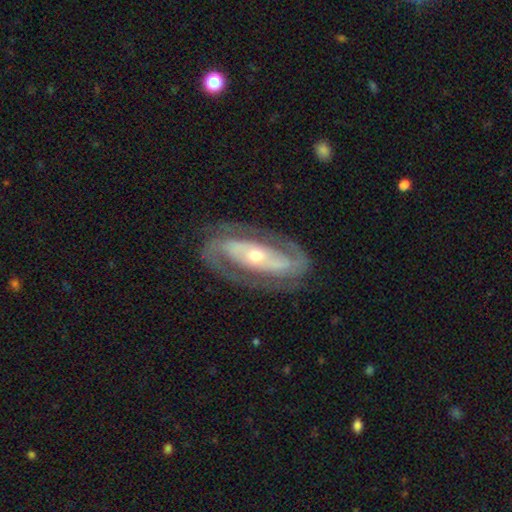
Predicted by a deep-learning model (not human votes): This is clearly a featured or disk galaxy (87%). It is clearly not viewed edge-on (93%). Bar: marginally strong (41%). Spiral arm pattern: clearly yes (90%). Spiral arm count: clearly 2 (88%). Spiral winding: possibly tight (47%). Central bulge: possibly moderate (48%). Merging: clearly none (81%).